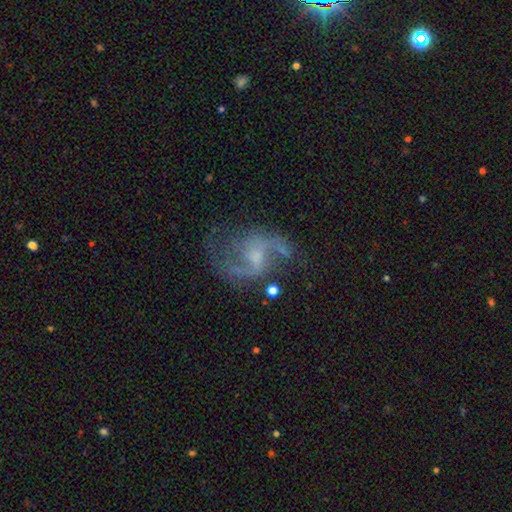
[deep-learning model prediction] smooth_or_featured: featured or disk (p=0.87) [alt: star or artifact p=0.07]
disk_edge_on: no (p=0.98) [alt: yes p=0.02]
bar: weak (p=0.50) [alt: no p=0.38]
has_spiral_arms: yes (p=0.96) [alt: no p=0.04]
spiral_winding: loose (p=0.56) [alt: medium p=0.37]
spiral_arm_count: 2 (p=0.90) [alt: can't tell p=0.03]
bulge_size: small (p=0.49) [alt: moderate p=0.27]
merging: none (p=0.66) [alt: minor disturbance p=0.17]